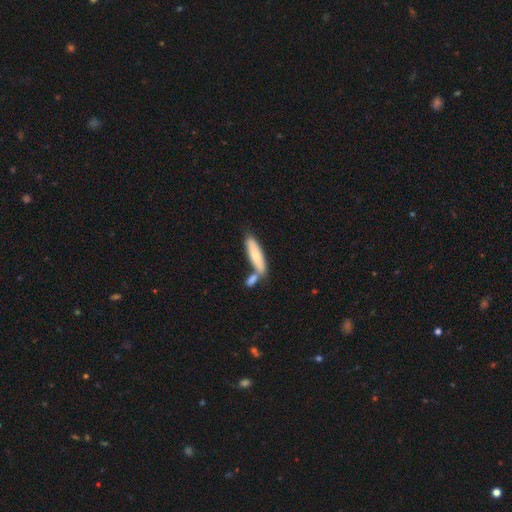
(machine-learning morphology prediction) Q: Smooth or featured?
A: smooth (74%); runner-up: featured or disk (21%)
Q: How rounded?
A: cigar-shaped (70%); runner-up: in between (28%)
Q: Merging?
A: none (51%); runner-up: merger (31%)